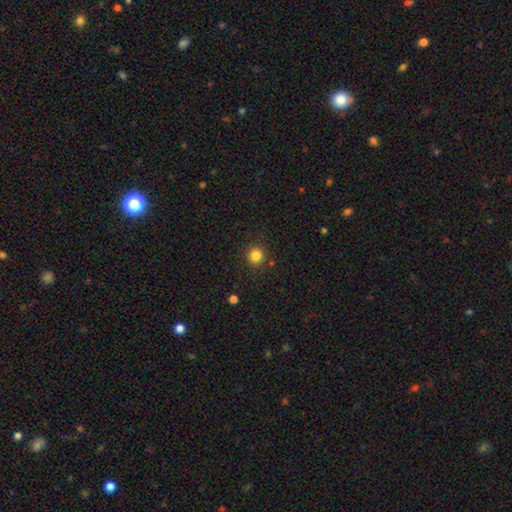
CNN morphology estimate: type=smooth (83%); roundness=round (94%); merging=none (91%).